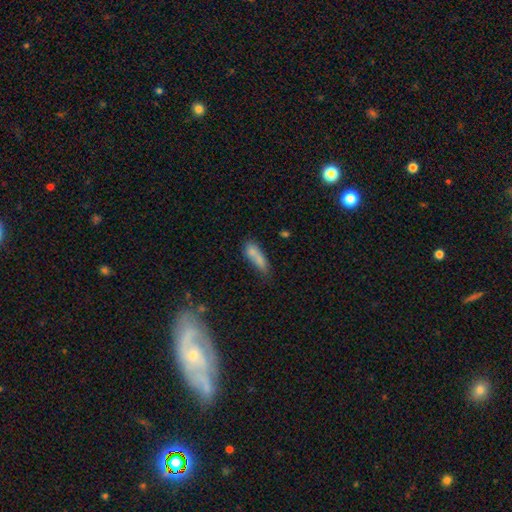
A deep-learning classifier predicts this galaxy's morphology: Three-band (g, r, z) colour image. It shows a smooth galaxy with no disk features (74%) that is in between round and cigar-shaped (49%). Merging: none (43%).